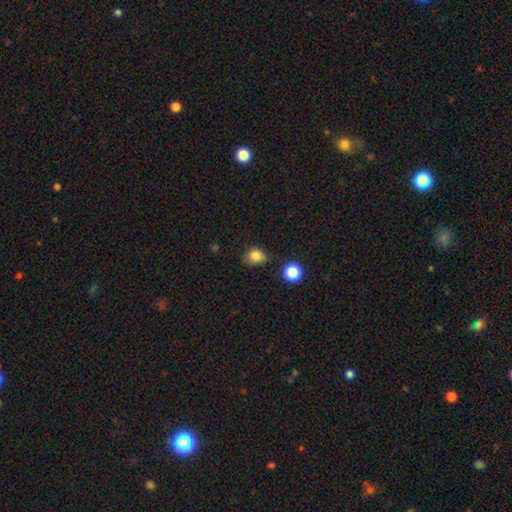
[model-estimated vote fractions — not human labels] This is clearly a smooth galaxy (82%). How rounded: possibly round (59%). Merging: likely none (65%).